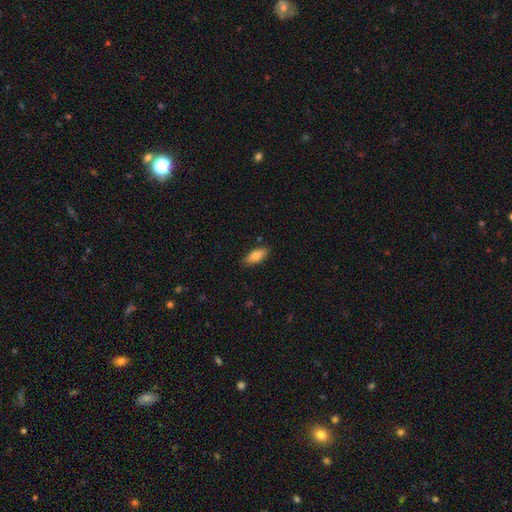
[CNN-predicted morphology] Q: Smooth or featured?
A: smooth (81%); runner-up: featured or disk (12%)
Q: How rounded?
A: in between (78%); runner-up: cigar-shaped (20%)
Q: Merging?
A: none (86%); runner-up: minor disturbance (11%)